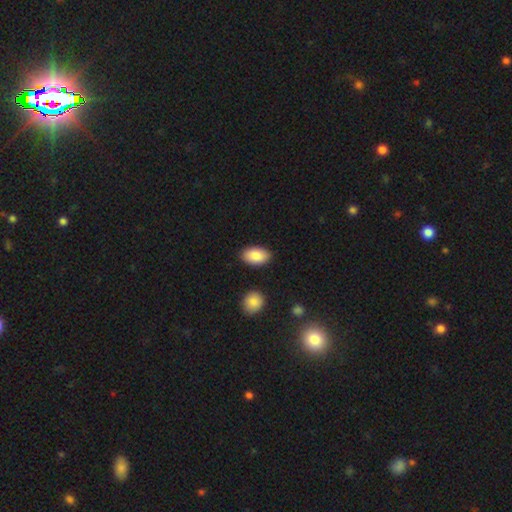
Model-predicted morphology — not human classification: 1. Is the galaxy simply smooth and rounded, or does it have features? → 88% smooth, 6% featured or disk, 6% star or artifact.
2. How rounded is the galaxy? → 94% in between, 4% round, 2% cigar-shaped.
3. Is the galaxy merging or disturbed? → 87% none, 9% minor disturbance, 2% merger, 2% major disturbance.